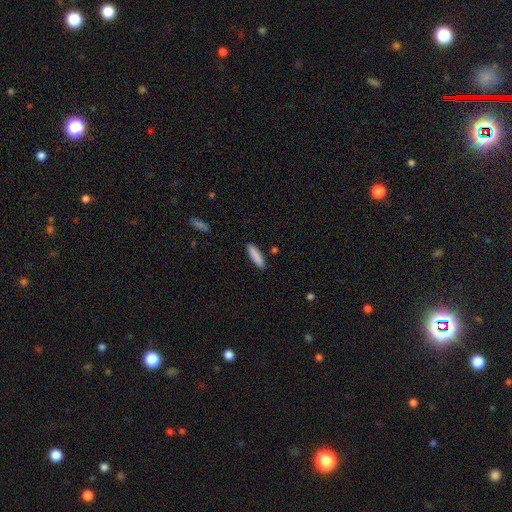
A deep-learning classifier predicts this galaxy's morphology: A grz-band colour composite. It shows a smooth galaxy with no disk features (88%) that is cigar-shaped (70%). Merging: none (90%).